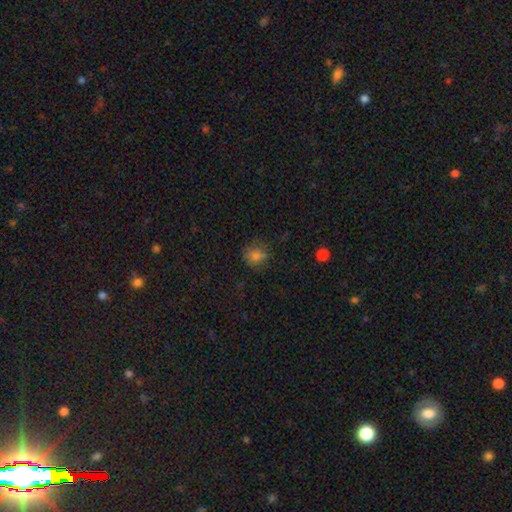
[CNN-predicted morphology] Smooth or featured?
  - smooth: 78% *
  - star or artifact: 14%
  - featured or disk: 7%
How rounded?
  - round: 80% *
  - in between: 19%
  - cigar-shaped: 1%
Merging?
  - none: 72% *
  - minor disturbance: 19%
  - major disturbance: 7%
  - merger: 2%